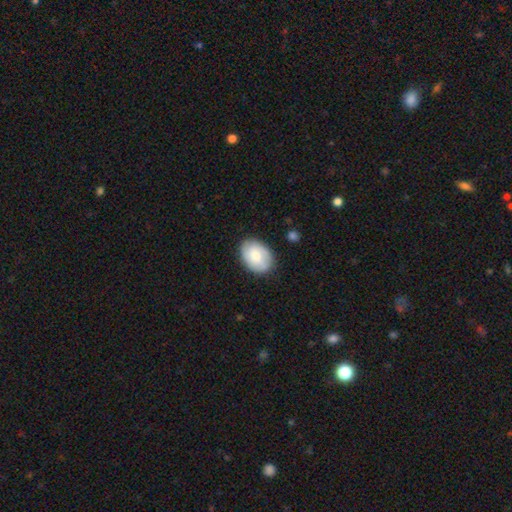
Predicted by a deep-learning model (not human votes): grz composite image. It shows a smooth galaxy with no disk features (64%) that is in between round and cigar-shaped (77%). Merging: none (83%).